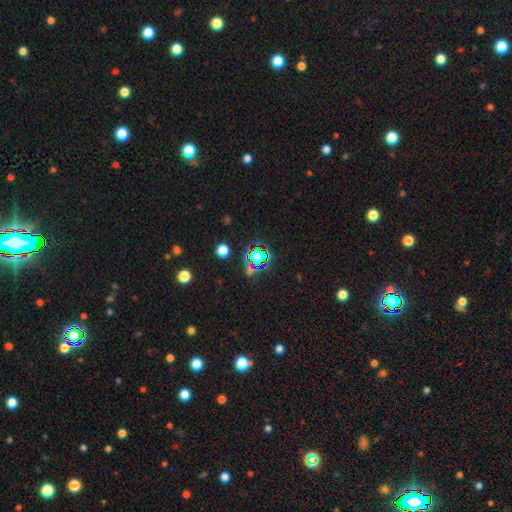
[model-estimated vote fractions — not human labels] Smooth or featured: star or artifact — 65% (smooth — 25%)